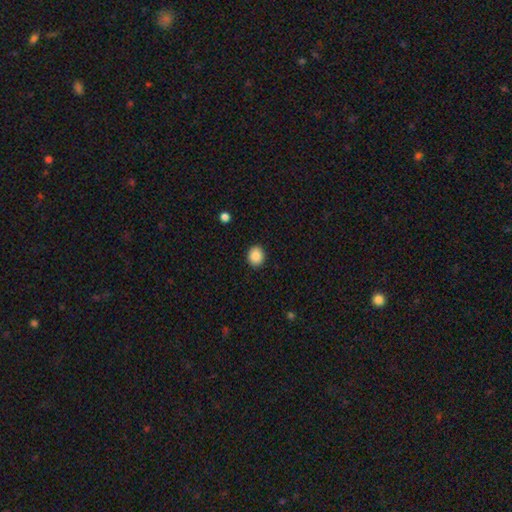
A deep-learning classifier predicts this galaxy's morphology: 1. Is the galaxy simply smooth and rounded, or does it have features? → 88% smooth, 9% star or artifact, 4% featured or disk.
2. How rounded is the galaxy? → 68% round, 31% in between, 1% cigar-shaped.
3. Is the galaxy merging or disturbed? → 91% none, 6% minor disturbance, 2% major disturbance, 1% merger.